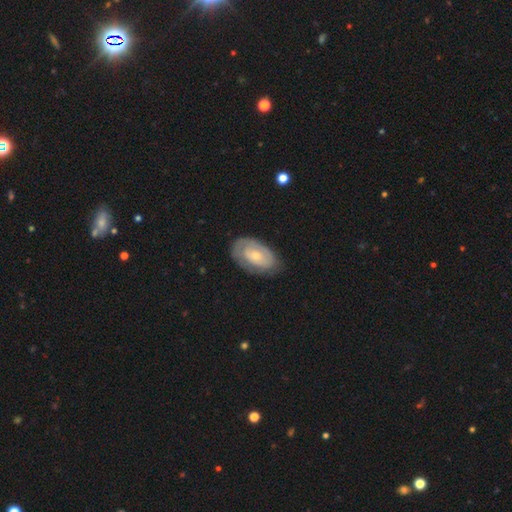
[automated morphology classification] The model was most divided on "smooth or featured": featured or disk: 51%, smooth: 43%, star or artifact: 6%. More confident: edge-on disk — no (93%); merging — none (72%).